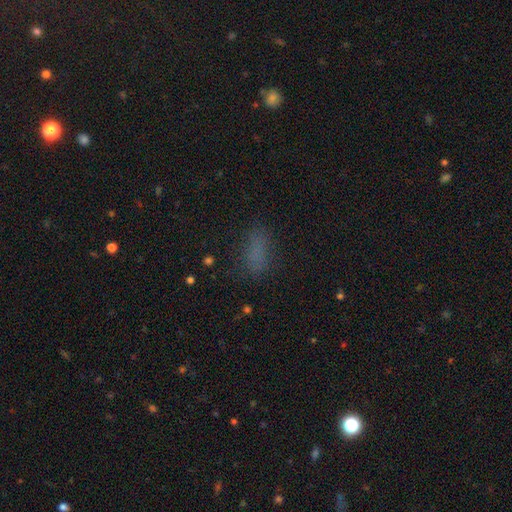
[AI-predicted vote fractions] This appears to be a smooth galaxy with no disk features (75%) that is in between round and cigar-shaped (72%). Merging: none (75%).